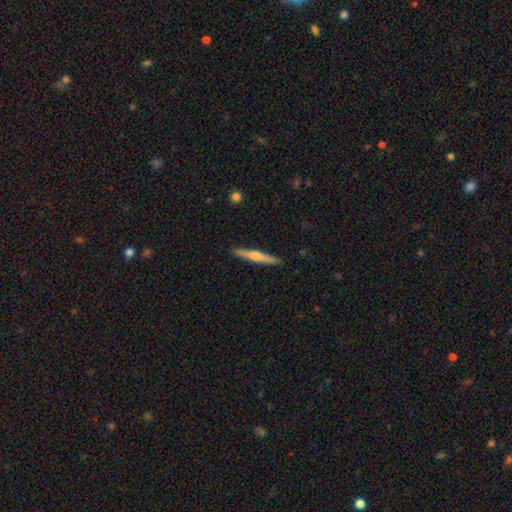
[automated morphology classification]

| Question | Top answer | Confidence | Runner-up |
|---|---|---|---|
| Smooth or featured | featured or disk | 64% | smooth (31%) |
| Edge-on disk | yes | 98% | no (2%) |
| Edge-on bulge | rounded | 87% | none (8%) |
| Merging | none | 92% | minor disturbance (6%) |